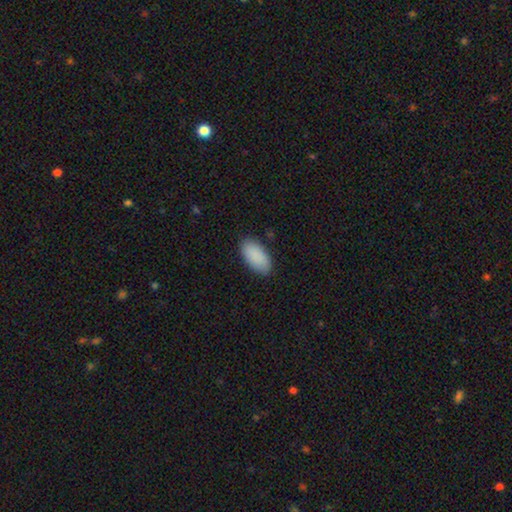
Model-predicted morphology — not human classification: The model was most divided on "merging": none: 86%, minor disturbance: 10%, major disturbance: 2%, merger: 1%. More confident: how rounded — in between (94%); smooth or featured — smooth (90%).